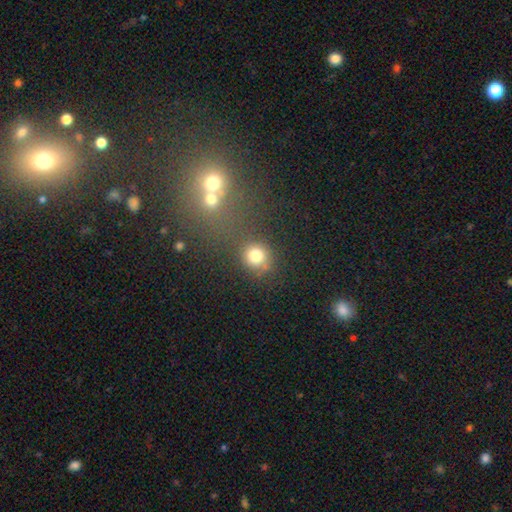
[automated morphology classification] Smooth or featured?
  - smooth: 78% *
  - star or artifact: 15%
  - featured or disk: 7%
How rounded?
  - round: 83% *
  - in between: 16%
  - cigar-shaped: 1%
Merging?
  - none: 72% *
  - minor disturbance: 13%
  - merger: 10%
  - major disturbance: 5%